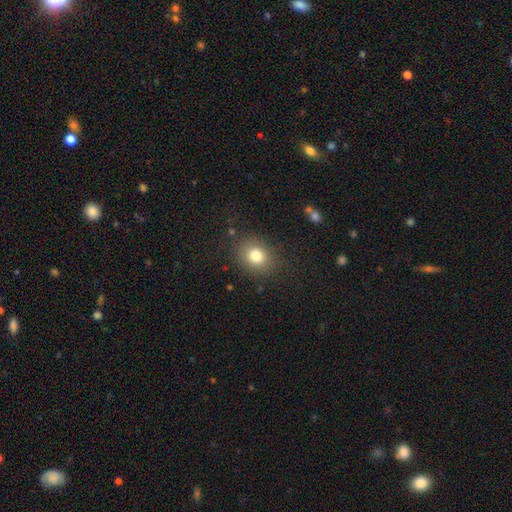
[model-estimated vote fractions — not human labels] smooth 79%, star or artifact 12%, featured or disk 9%. Down the decision tree: how rounded — round (63%); merging — none (85%).